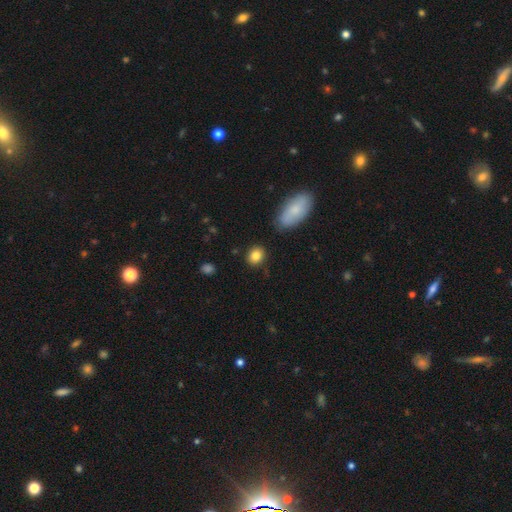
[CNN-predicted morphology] Smooth or featured: smooth — 84% (star or artifact — 9%)
How rounded: round — 63% (in between — 35%)
Merging: none — 85% (minor disturbance — 10%)